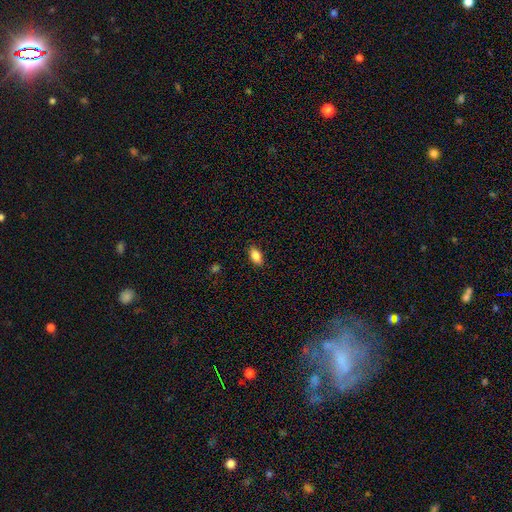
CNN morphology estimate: This appears to be a smooth galaxy with no disk features (87%) that is in between round and cigar-shaped (90%). Merging: none (86%).